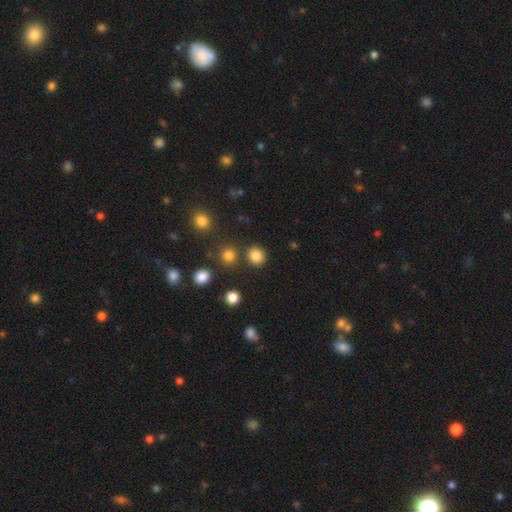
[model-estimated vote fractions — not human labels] Smooth or featured? smooth (84%)
How rounded? round (86%)
Merging? none (85%)